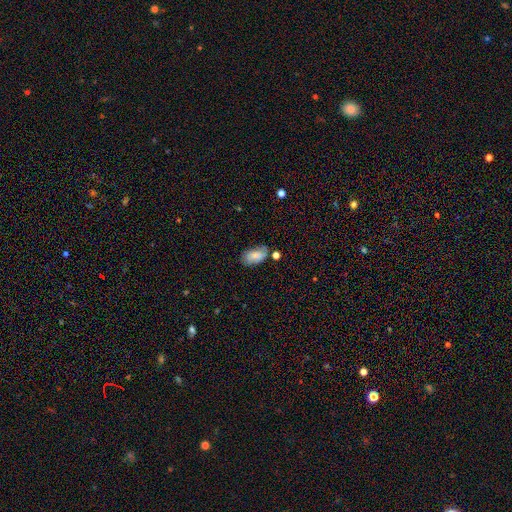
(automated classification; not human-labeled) Smooth or featured? Predicted: smooth (p=0.75). How rounded? Predicted: in between (p=0.92). Merging? Predicted: none (p=0.62).